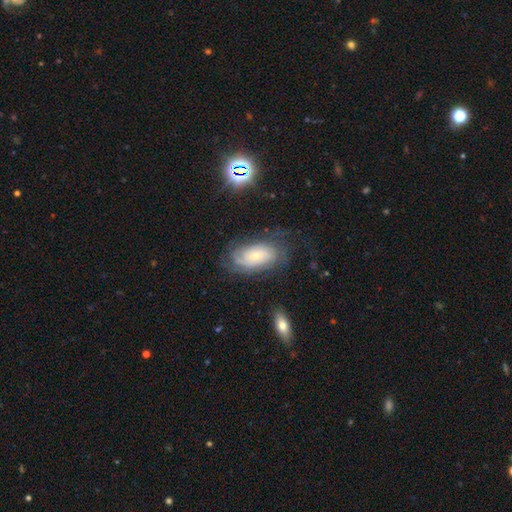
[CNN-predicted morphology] smooth-or-featured: featured or disk: 61% | smooth: 28% | star or artifact: 11%
  disk-edge-on: no: 93% | yes: 7%
    bar: no: 75% | weak: 20% | strong: 5%
    has-spiral-arms: yes: 86% | no: 14%
    bulge-size: small: 70% | moderate: 22% | none: 3% | large: 3% | dominant: 1%
  merging: none: 66% | minor disturbance: 21% | major disturbance: 11% | merger: 2%